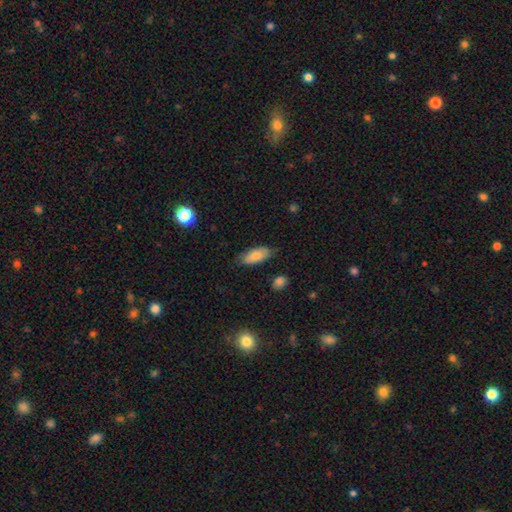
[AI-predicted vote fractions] Overall: smooth (77%). How rounded: in between (88%). Merging: none (73%).